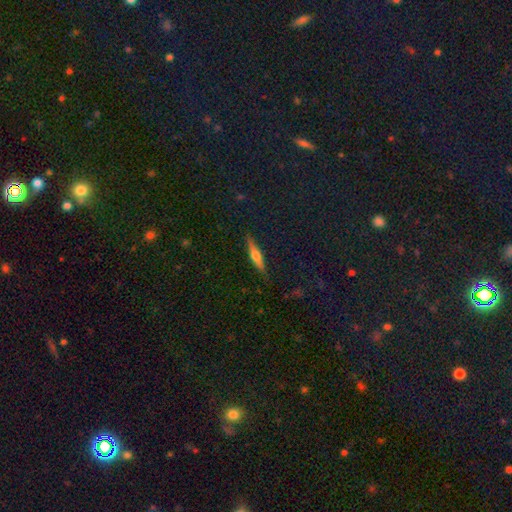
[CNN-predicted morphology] Q: Smooth or featured?
A: featured or disk (57%); runner-up: smooth (36%)
Q: Edge-on disk?
A: yes (96%); runner-up: no (4%)
Q: Edge-on bulge?
A: rounded (88%); runner-up: boxy (7%)
Q: Merging?
A: none (88%); runner-up: minor disturbance (9%)